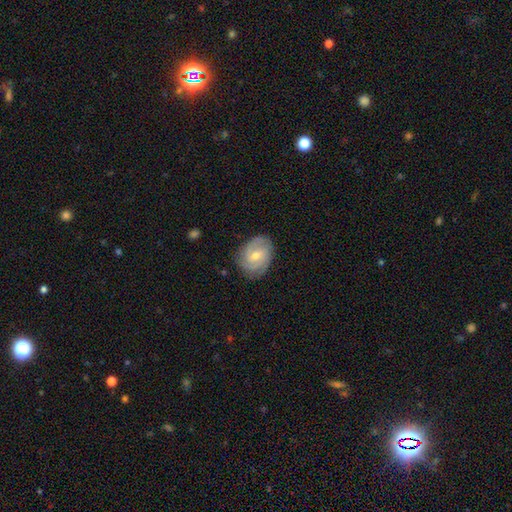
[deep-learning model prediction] Morphology: type=featured or disk (71%); edge-on=no (97%); bar=weak (50%); spiral arms=yes (91%); winding=tight (52%); arm count=2 (40%); bulge=moderate (55%); merging=none (78%).